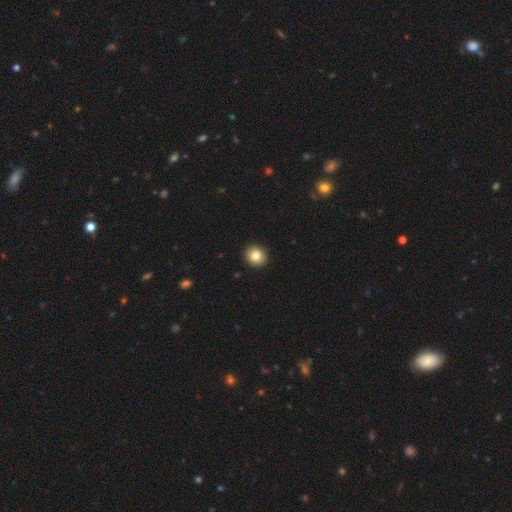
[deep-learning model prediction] A smooth galaxy with no disk features (84%) that is round (86%).

Vote fractions:
- Smooth or featured? smooth: 84% / star or artifact: 9% / featured or disk: 6%
- How rounded? round: 86% / in between: 13% / cigar-shaped: 1%
- Merging? none: 93% / minor disturbance: 5% / major disturbance: 1% / merger: 1%